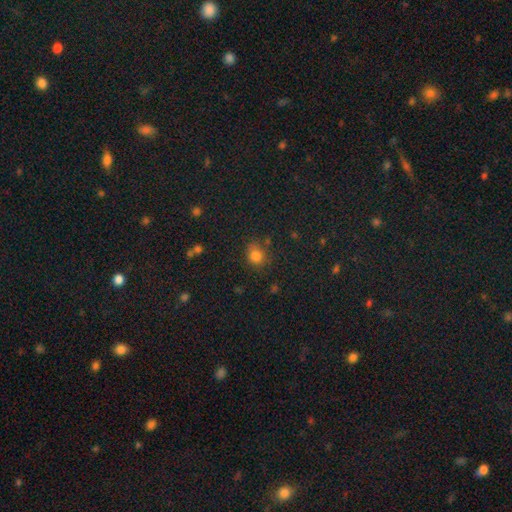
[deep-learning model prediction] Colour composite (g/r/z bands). It shows a smooth galaxy with no disk features (81%) that is round (68%). Merging: none (71%).